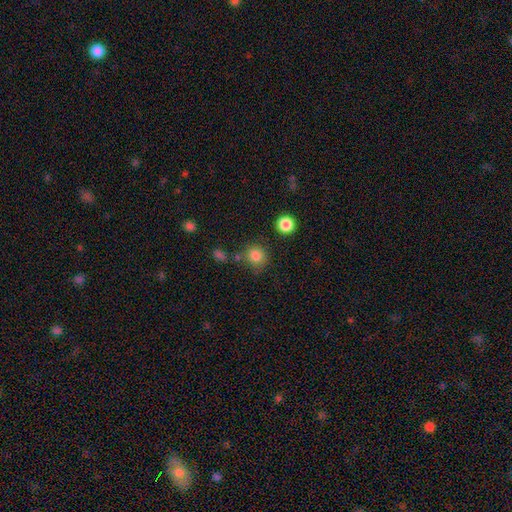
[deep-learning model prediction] A smooth galaxy with no disk features (83%) that is round (86%). Merging: none (74%).